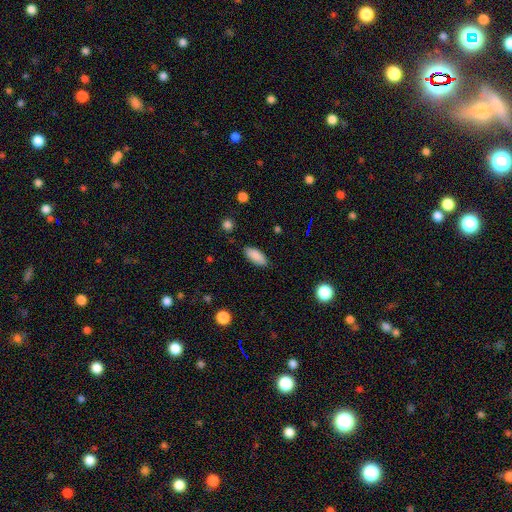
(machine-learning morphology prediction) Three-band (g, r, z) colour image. It shows a smooth galaxy with no disk features (88%) that is in between round and cigar-shaped (82%). Merging: none (87%).